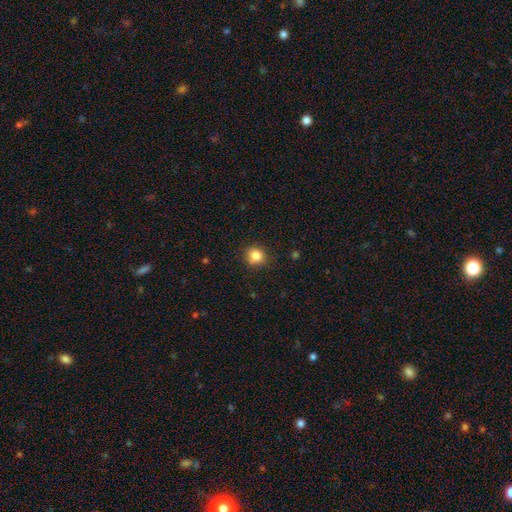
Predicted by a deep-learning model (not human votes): Smooth or featured? Predicted: smooth (p=0.83). How rounded? Predicted: round (p=0.81). Merging? Predicted: none (p=0.78).